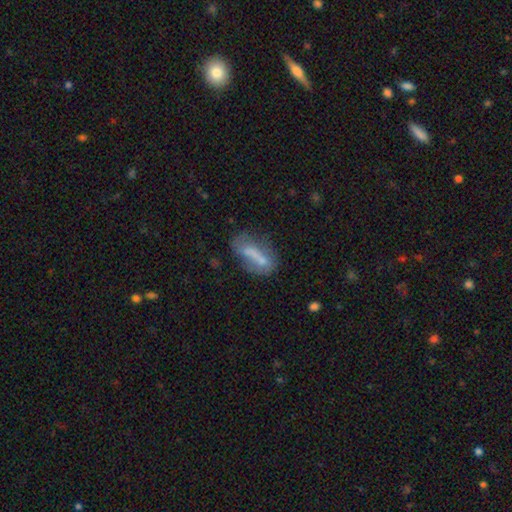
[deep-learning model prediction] smooth_or_featured: smooth (p=0.55) [alt: featured or disk p=0.35]
how_rounded: in between (p=0.62) [alt: cigar-shaped p=0.33]
merging: none (p=0.41) [alt: minor disturbance p=0.25]